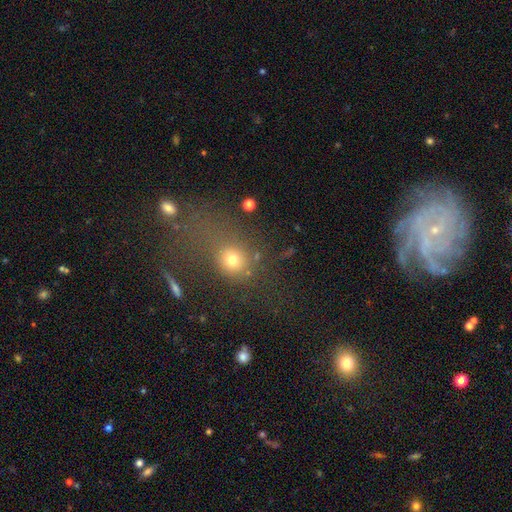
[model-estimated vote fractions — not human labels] featured or disk 45%, smooth 29%, star or artifact 25%. Down the decision tree: merging — none (60%).